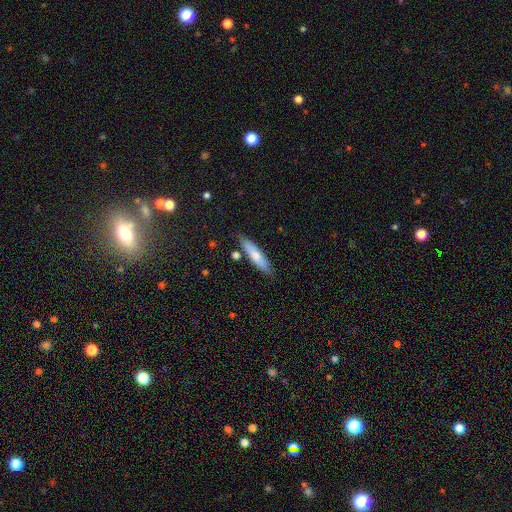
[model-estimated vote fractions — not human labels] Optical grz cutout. It shows a smooth galaxy with no disk features (64%) that is cigar-shaped (74%). Merging: none (83%).